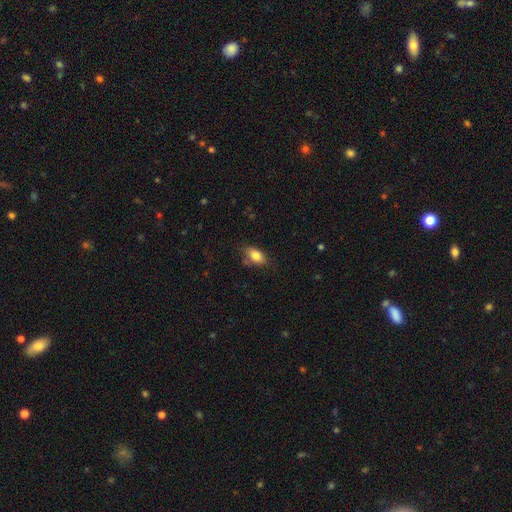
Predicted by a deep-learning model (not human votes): smooth 81%, featured or disk 11%, star or artifact 8%. Down the decision tree: how rounded — in between (88%); merging — none (74%).